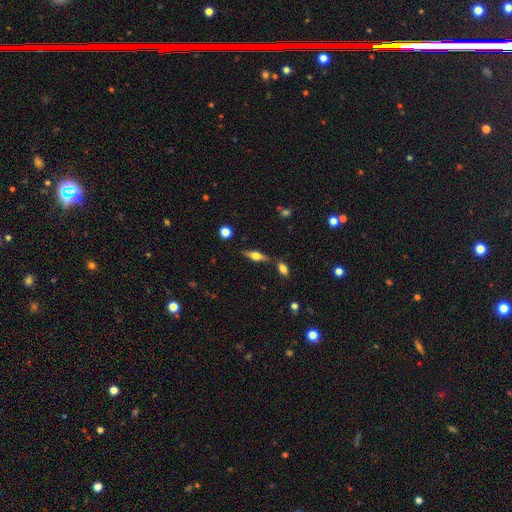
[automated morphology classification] Overall: featured or disk (48%; smooth 44%). Merging: none (76%).